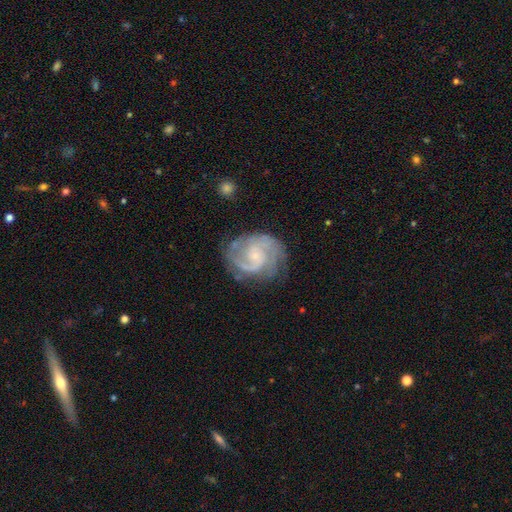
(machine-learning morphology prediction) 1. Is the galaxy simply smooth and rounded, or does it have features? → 88% featured or disk, 7% smooth, 5% star or artifact.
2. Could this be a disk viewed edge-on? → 98% no, 2% yes.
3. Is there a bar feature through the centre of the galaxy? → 61% no, 33% weak, 6% strong.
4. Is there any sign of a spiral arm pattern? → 97% yes, 3% no.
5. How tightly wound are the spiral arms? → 46% medium, 43% tight, 11% loose.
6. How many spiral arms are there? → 61% 2, 16% 3, 12% can't tell, 4% 1, 4% 4, 4% more than 4.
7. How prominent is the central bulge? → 75% small, 17% moderate, 6% none, 1% large, 1% dominant.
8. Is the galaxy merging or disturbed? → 72% none, 18% minor disturbance, 8% major disturbance, 2% merger.